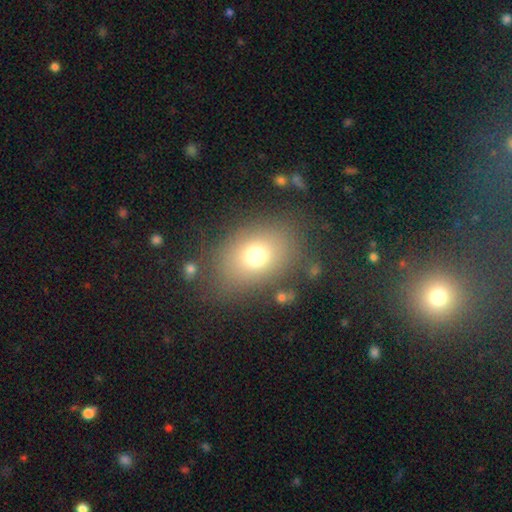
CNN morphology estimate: This appears to be a smooth galaxy with no disk features (72%) that is in between round and cigar-shaped (63%). Merging: none (75%).